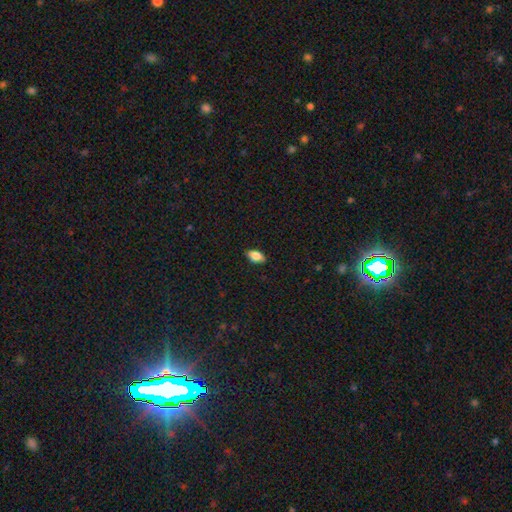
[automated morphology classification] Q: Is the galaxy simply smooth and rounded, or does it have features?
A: smooth — 81%.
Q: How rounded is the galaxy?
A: in between — 90%.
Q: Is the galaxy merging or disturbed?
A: none — 87%.